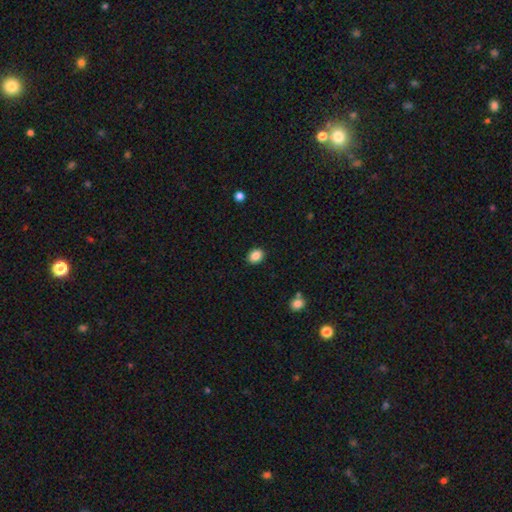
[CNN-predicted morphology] The model was most divided on "how rounded": in between: 53%, round: 46%, cigar-shaped: 1%. More confident: merging — none (90%); smooth or featured — smooth (86%).